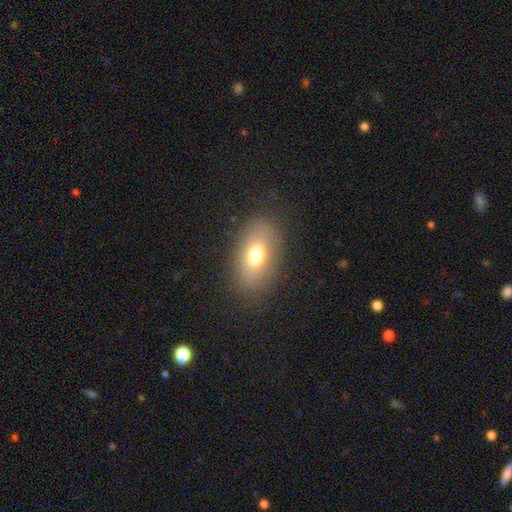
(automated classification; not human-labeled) The model was most divided on "smooth or featured": smooth: 71%, featured or disk: 18%, star or artifact: 11%. More confident: how rounded — in between (87%); merging — none (84%).